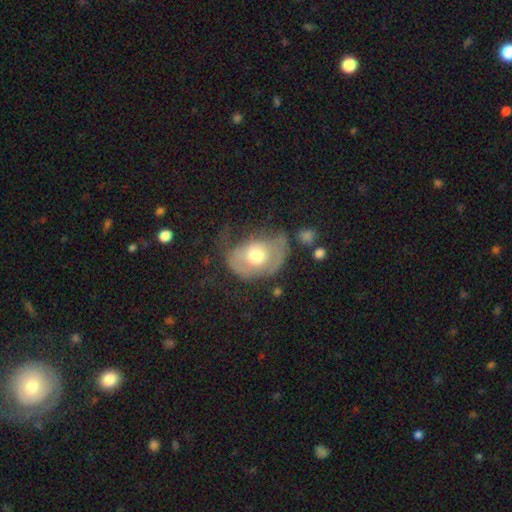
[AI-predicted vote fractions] Smooth or featured: featured or disk — 47% (smooth — 46%)
Merging: major disturbance — 39% (minor disturbance — 29%)